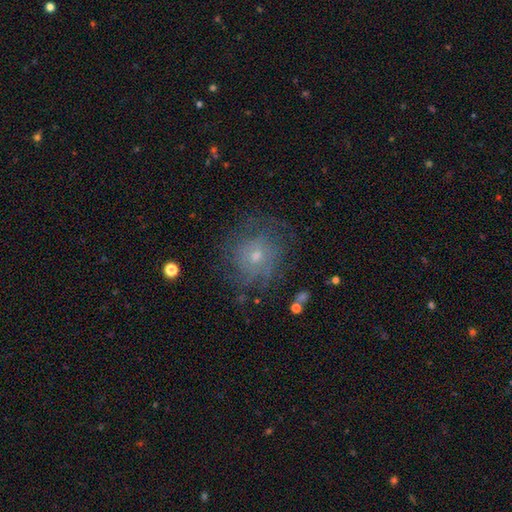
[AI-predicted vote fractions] This appears to be a featured or disk galaxy (53%) with no bar (81%), spiral arms (72%) and a small central bulge (52%). Merging: none (71%).